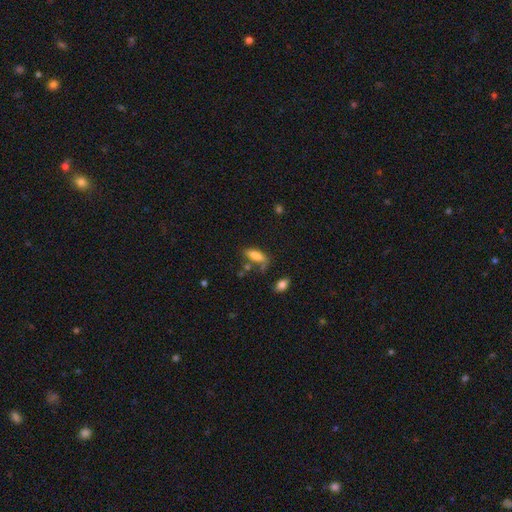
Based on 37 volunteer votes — smooth-or-featured: smooth: 84% | featured or disk: 11% | star or artifact: 5%
  how-rounded: in between: 74% | cigar-shaped: 16% | round: 10%
  merging: none: 57% | minor disturbance: 17% | merger: 14% | major disturbance: 11%